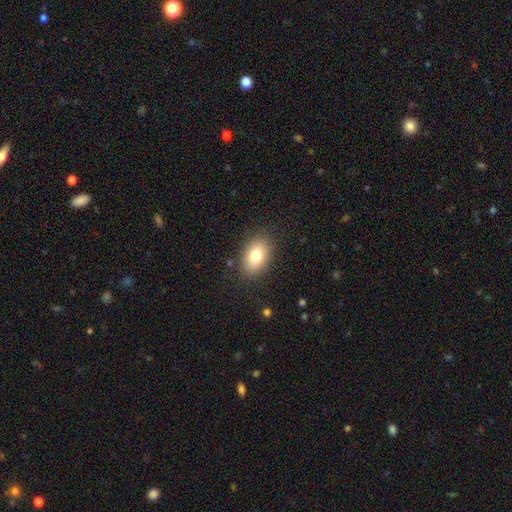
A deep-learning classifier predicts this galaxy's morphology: A smooth galaxy with no disk features (80%) that is in between round and cigar-shaped (85%). Merging: none (85%).